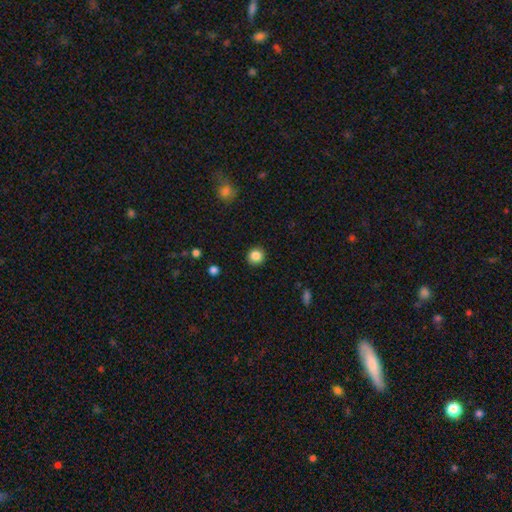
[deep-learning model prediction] Smooth or featured? Predicted: smooth (p=0.85). How rounded? Predicted: round (p=0.93). Merging? Predicted: none (p=0.91).